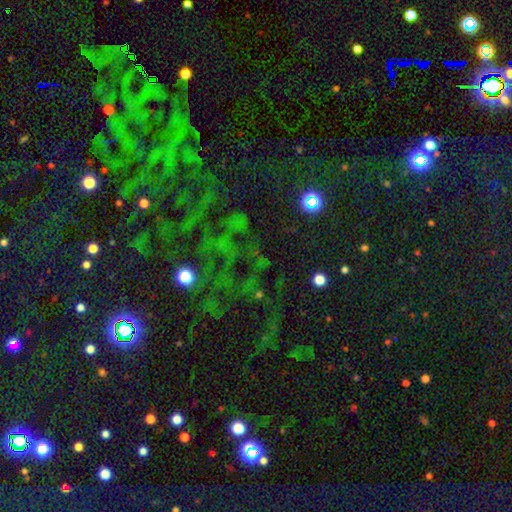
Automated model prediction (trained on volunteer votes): A star or artifact, not a galaxy (71%).

Vote fractions:
- Smooth or featured? star or artifact: 71% / smooth: 16% / featured or disk: 13%